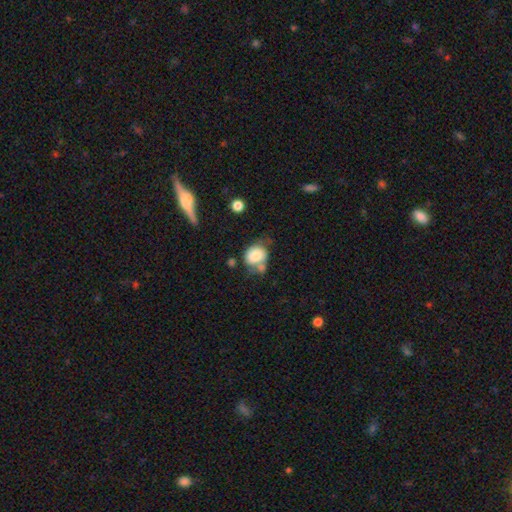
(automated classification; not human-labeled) Q: Smooth or featured?
A: smooth (75%); runner-up: featured or disk (16%)
Q: How rounded?
A: round (53%); runner-up: in between (46%)
Q: Merging?
A: none (37%); runner-up: merger (26%)